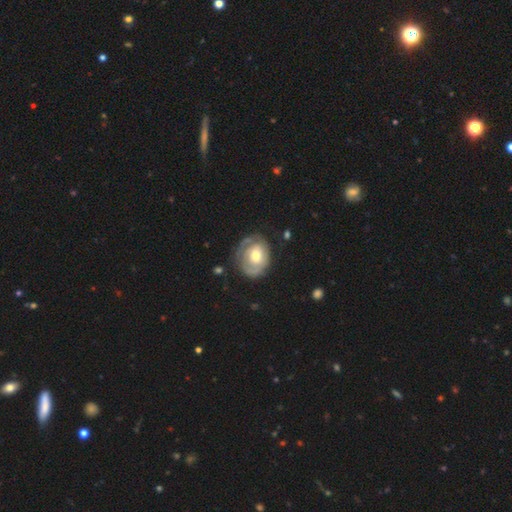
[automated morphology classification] The model was most divided on "spiral arms": yes: 65%, no: 35%. More confident: edge-on disk — no (97%); bar — no (77%); bulge size — moderate (65%); merging — none (64%); smooth or featured — featured or disk (62%).